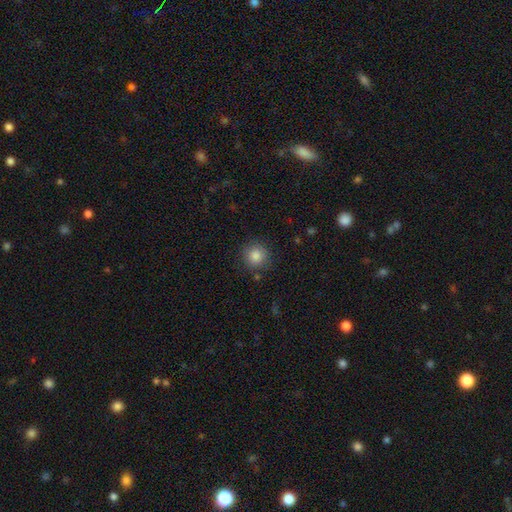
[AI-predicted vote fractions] This is clearly a smooth galaxy (84%). How rounded: clearly round (93%). Merging: clearly none (86%).